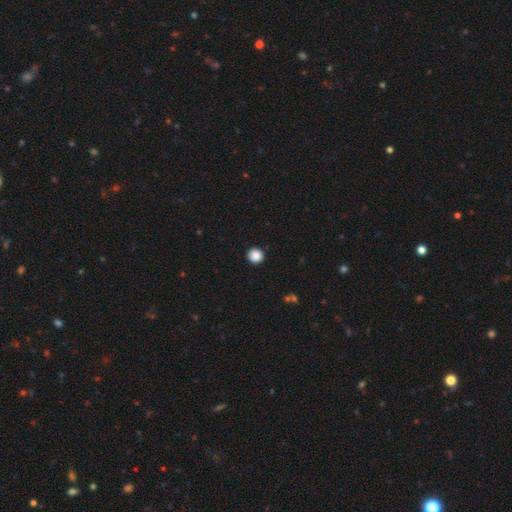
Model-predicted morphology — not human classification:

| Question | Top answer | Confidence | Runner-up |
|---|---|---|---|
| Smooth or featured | smooth | 88% | star or artifact (10%) |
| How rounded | round | 94% | in between (5%) |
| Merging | none | 93% | minor disturbance (5%) |